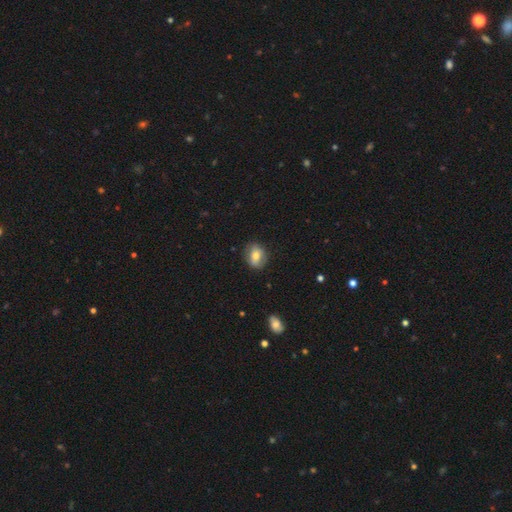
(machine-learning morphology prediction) type=smooth (62%); roundness=in between (54%); merging=none (82%).